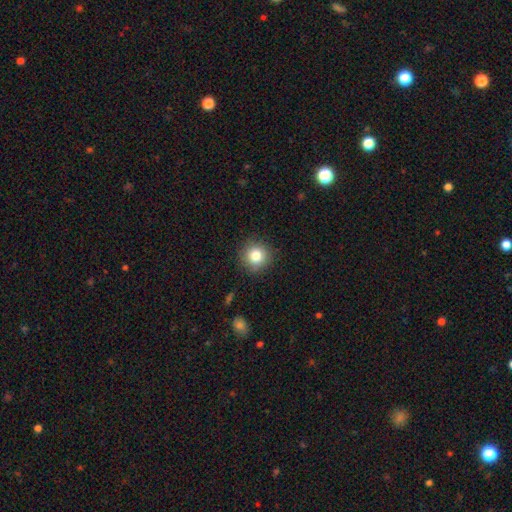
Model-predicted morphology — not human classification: Q: Smooth or featured?
A: smooth (82%); runner-up: star or artifact (11%)
Q: How rounded?
A: round (93%); runner-up: in between (6%)
Q: Merging?
A: none (89%); runner-up: minor disturbance (8%)